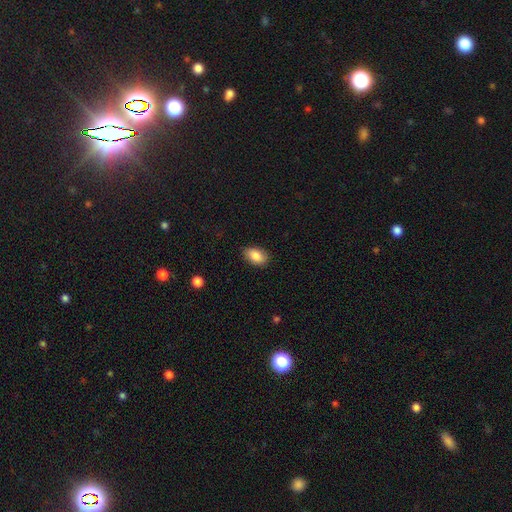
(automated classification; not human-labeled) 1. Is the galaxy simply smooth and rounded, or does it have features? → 87% smooth, 7% star or artifact, 6% featured or disk.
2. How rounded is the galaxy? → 90% in between, 9% round, 2% cigar-shaped.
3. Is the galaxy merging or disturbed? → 85% none, 12% minor disturbance, 2% major disturbance, 1% merger.